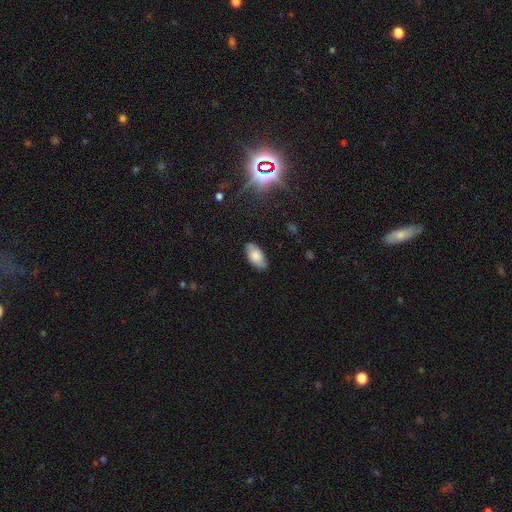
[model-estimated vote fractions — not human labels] Smooth or featured? smooth (68%)
How rounded? in between (93%)
Merging? none (80%)